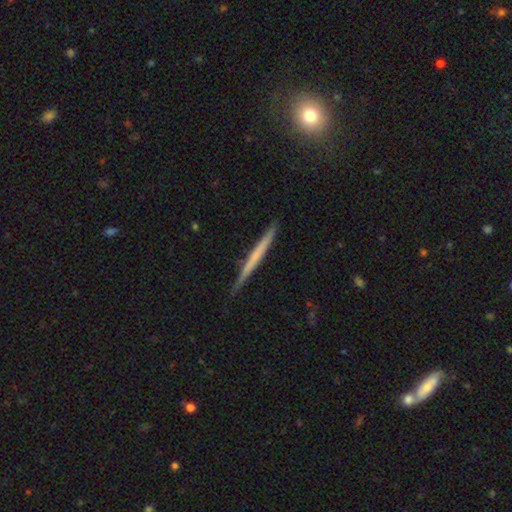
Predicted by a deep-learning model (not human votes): Smooth or featured? Predicted: featured or disk (p=0.49). Merging? Predicted: none (p=0.89).